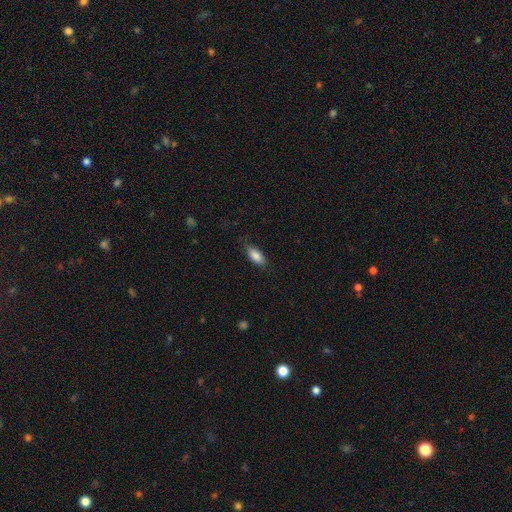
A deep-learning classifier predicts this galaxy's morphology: smooth-or-featured: smooth: 85% | featured or disk: 8% | star or artifact: 6%
  how-rounded: in between: 83% | cigar-shaped: 15% | round: 2%
  merging: none: 77% | minor disturbance: 17% | major disturbance: 5% | merger: 1%